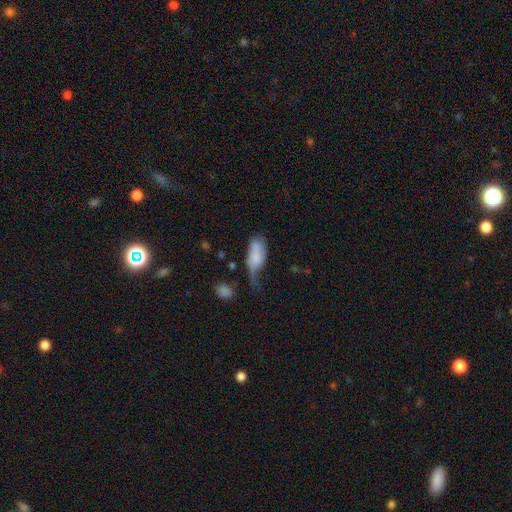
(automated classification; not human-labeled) Overall: smooth (71%). How rounded: in between (88%). Merging: major disturbance (43%; minor disturbance 31%).